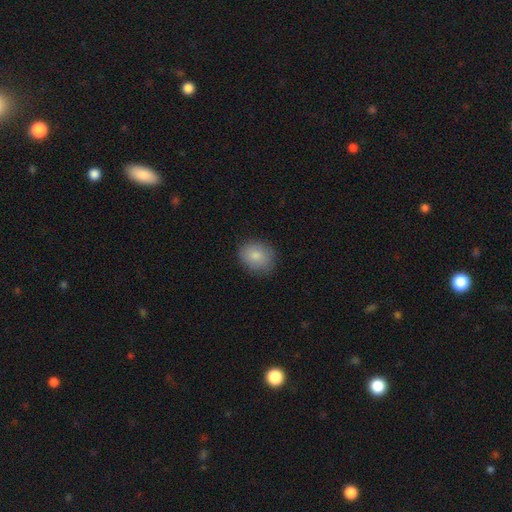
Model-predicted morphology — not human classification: Overall: smooth (84%). How rounded: round (57%; in between 42%). Merging: none (84%).